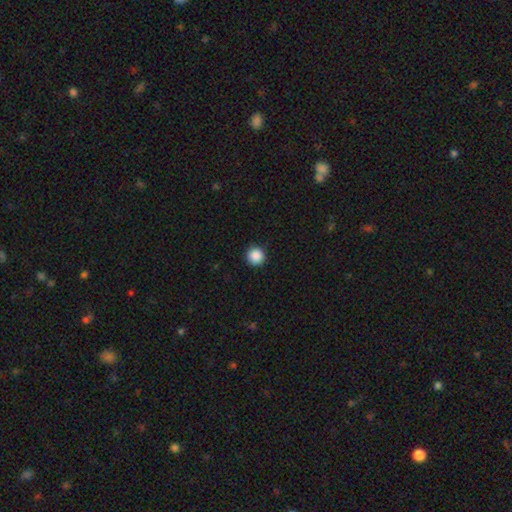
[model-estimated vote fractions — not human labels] Smooth or featured: smooth — 88% (star or artifact — 9%)
How rounded: round — 96% (in between — 3%)
Merging: none — 93% (minor disturbance — 5%)